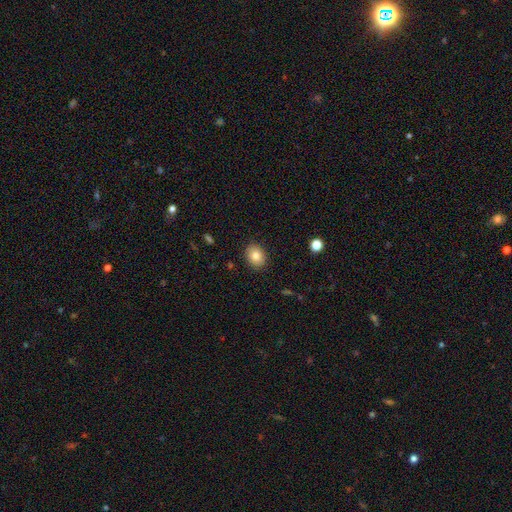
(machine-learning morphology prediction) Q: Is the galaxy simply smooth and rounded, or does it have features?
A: smooth — 82%.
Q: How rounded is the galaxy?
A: in between — 50%, tied with round.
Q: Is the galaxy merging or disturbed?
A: none — 89%.